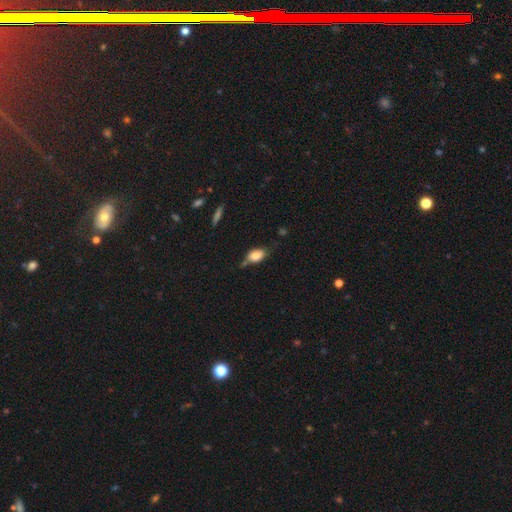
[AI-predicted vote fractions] A smooth galaxy with no disk features (79%) that is in between round and cigar-shaped (87%). Merging: none (53%).